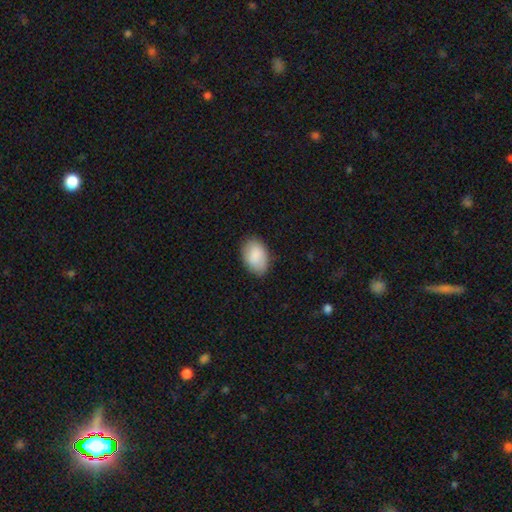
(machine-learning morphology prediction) A smooth galaxy with no disk features (88%) that is in between round and cigar-shaped (89%).

Vote fractions:
- Smooth or featured? smooth: 88% / star or artifact: 6% / featured or disk: 6%
- How rounded? in between: 89% / round: 9% / cigar-shaped: 1%
- Merging? none: 81% / minor disturbance: 15% / major disturbance: 3% / merger: 1%